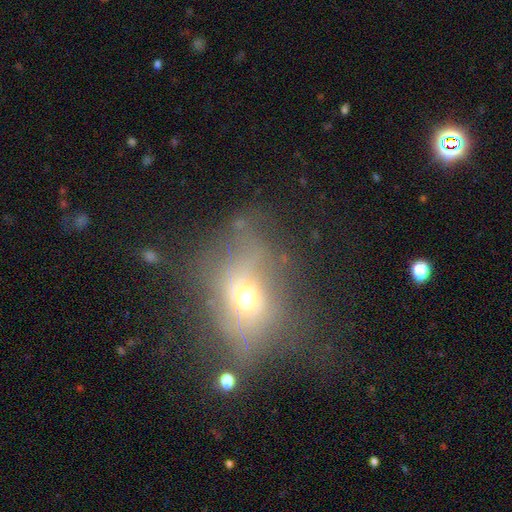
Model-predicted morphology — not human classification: A smooth galaxy with no disk features (41%).

Vote fractions:
- Smooth or featured? smooth: 41% / featured or disk: 39% / star or artifact: 20%
- Merging? none: 43% / major disturbance: 28% / minor disturbance: 24% / merger: 5%